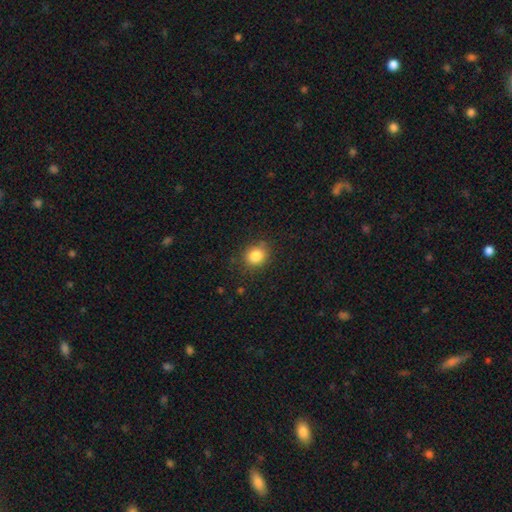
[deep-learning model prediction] smooth_or_featured: smooth (p=0.84) [alt: star or artifact p=0.11]
how_rounded: round (p=0.72) [alt: in between p=0.27]
merging: none (p=0.82) [alt: minor disturbance p=0.13]